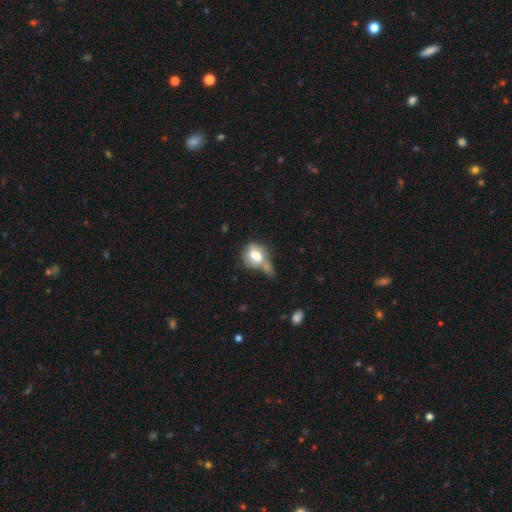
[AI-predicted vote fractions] Smooth or featured? smooth (64%)
How rounded? in between (52%)
Merging? merger (35%)